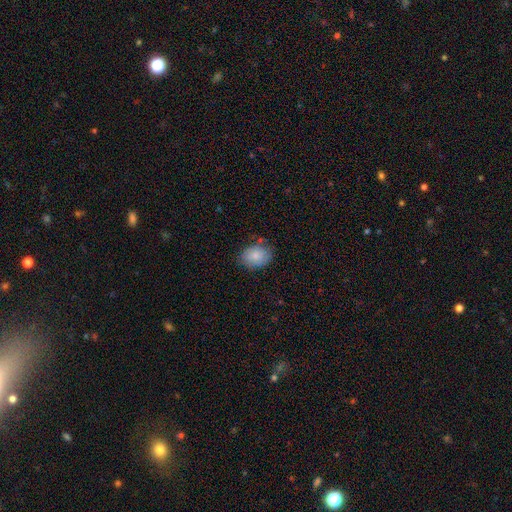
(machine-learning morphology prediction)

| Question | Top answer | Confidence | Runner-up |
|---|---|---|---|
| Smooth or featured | smooth | 82% | featured or disk (10%) |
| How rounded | in between | 68% | round (31%) |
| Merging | none | 73% | minor disturbance (20%) |